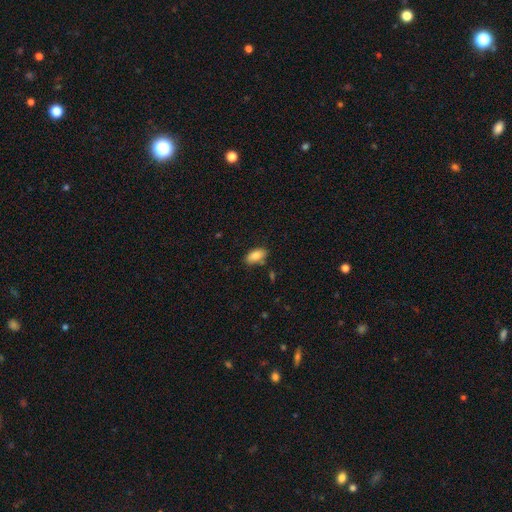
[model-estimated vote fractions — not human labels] smooth_or_featured: smooth (p=0.84) [alt: featured or disk p=0.08]
how_rounded: in between (p=0.93) [alt: round p=0.04]
merging: none (p=0.78) [alt: minor disturbance p=0.15]